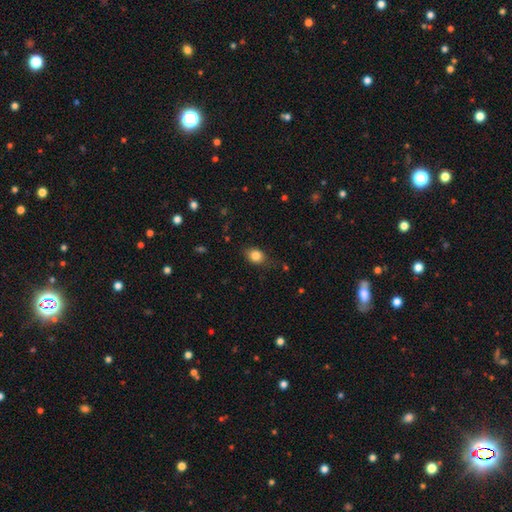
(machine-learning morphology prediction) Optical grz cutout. It shows a smooth galaxy with no disk features (83%) that is in between round and cigar-shaped (61%). Merging: none (75%).